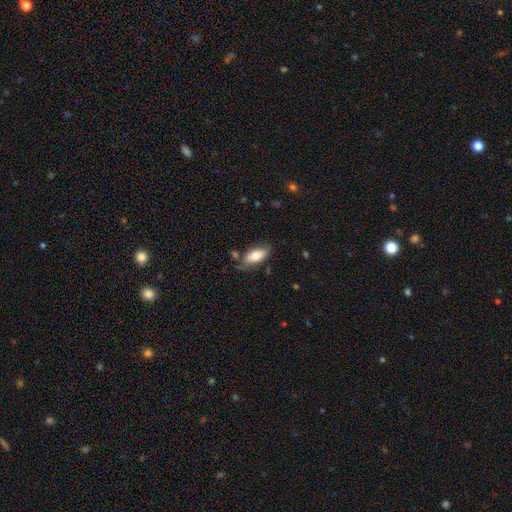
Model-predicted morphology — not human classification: Smooth or featured?
  - smooth: 75% *
  - featured or disk: 18%
  - star or artifact: 7%
How rounded?
  - in between: 87% *
  - cigar-shaped: 11%
  - round: 2%
Merging?
  - none: 65% *
  - minor disturbance: 24%
  - major disturbance: 6%
  - merger: 5%